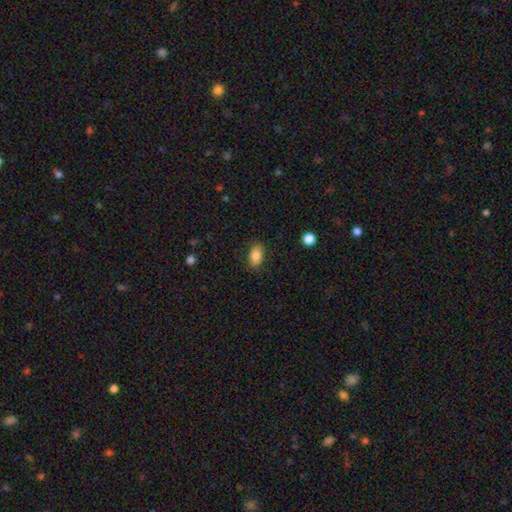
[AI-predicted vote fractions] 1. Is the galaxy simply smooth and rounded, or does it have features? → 83% smooth, 9% featured or disk, 8% star or artifact.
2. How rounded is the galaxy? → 89% in between, 8% round, 3% cigar-shaped.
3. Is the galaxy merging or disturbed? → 85% none, 11% minor disturbance, 3% major disturbance, 1% merger.